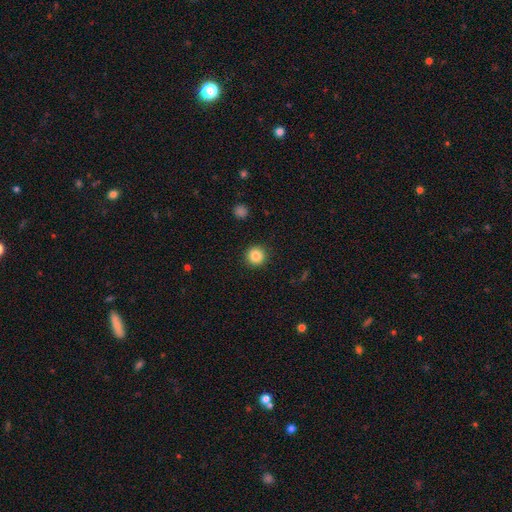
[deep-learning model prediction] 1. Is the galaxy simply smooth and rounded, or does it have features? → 86% smooth, 10% star or artifact, 4% featured or disk.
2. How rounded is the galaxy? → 95% round, 4% in between, 1% cigar-shaped.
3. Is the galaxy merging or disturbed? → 92% none, 5% minor disturbance, 2% major disturbance, 1% merger.